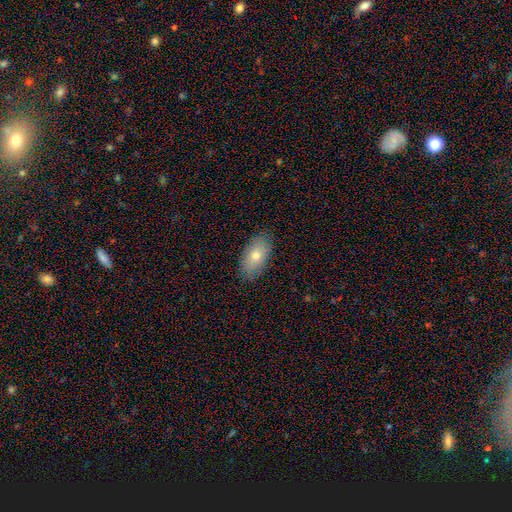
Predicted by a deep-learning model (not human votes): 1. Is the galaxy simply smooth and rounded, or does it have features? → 73% smooth, 20% featured or disk, 8% star or artifact.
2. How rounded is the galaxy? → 92% in between, 4% round, 3% cigar-shaped.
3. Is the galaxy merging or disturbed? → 86% none, 10% minor disturbance, 2% major disturbance, 1% merger.